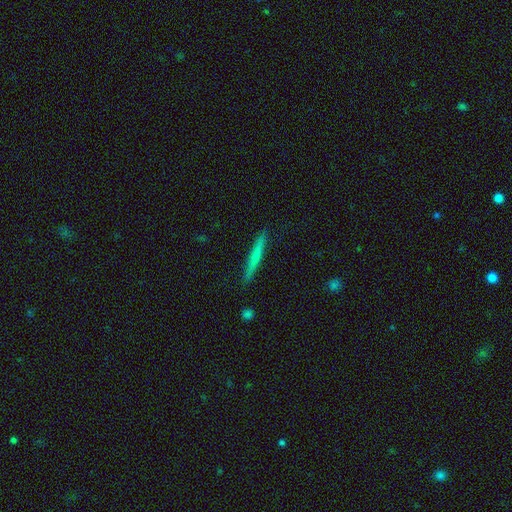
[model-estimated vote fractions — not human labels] smooth_or_featured: smooth (p=0.60) [alt: featured or disk p=0.34]
how_rounded: cigar-shaped (p=0.96) [alt: in between p=0.02]
merging: none (p=0.90) [alt: minor disturbance p=0.07]